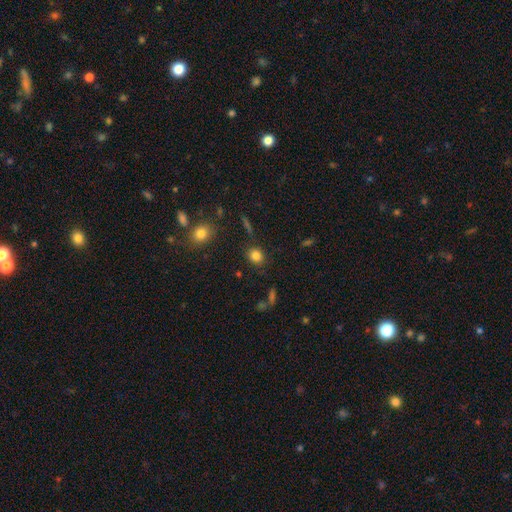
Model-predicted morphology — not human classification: smooth 83%, star or artifact 11%, featured or disk 6%. Down the decision tree: how rounded — round (67%); merging — none (85%).